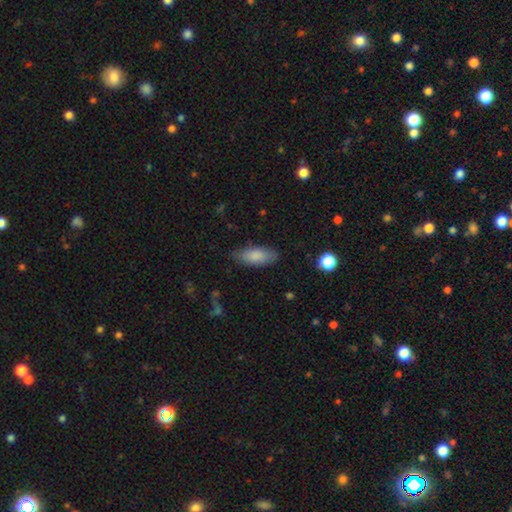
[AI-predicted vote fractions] smooth 84%, featured or disk 10%, star or artifact 6%. Down the decision tree: how rounded — in between (84%); merging — none (78%).